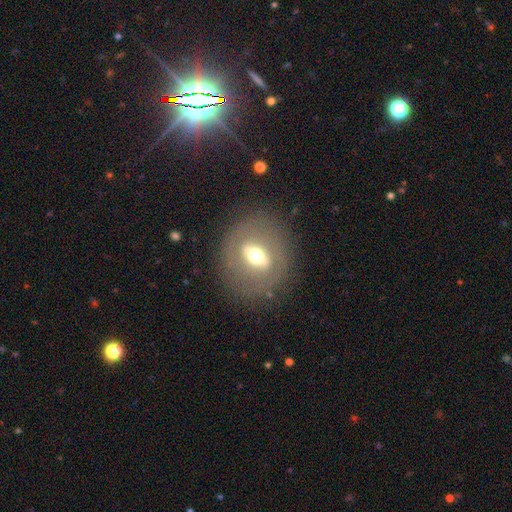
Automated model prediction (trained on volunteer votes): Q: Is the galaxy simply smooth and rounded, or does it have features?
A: featured or disk — 57%.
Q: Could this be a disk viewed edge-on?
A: no — 85%.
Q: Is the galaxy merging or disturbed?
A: none — 81%.